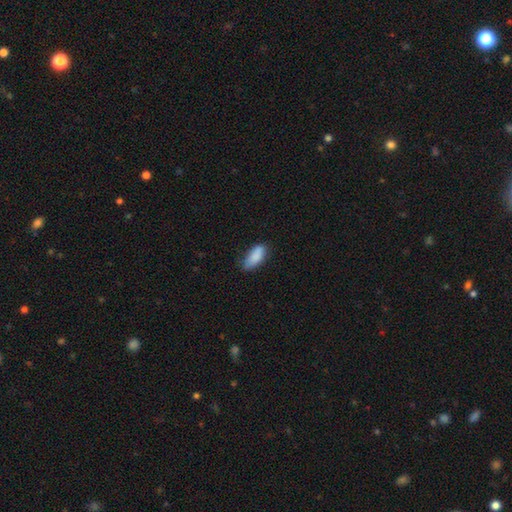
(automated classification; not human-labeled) A smooth galaxy with no disk features (87%) that is in between round and cigar-shaped (79%). Merging: none (64%).